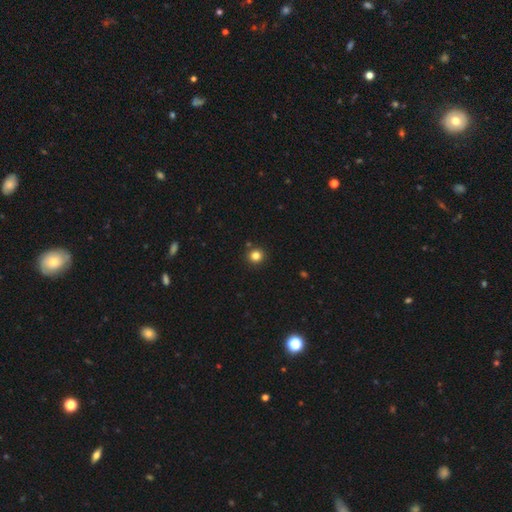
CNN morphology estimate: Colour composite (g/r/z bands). It shows a smooth galaxy with no disk features (83%) that is round (92%). Merging: none (89%).